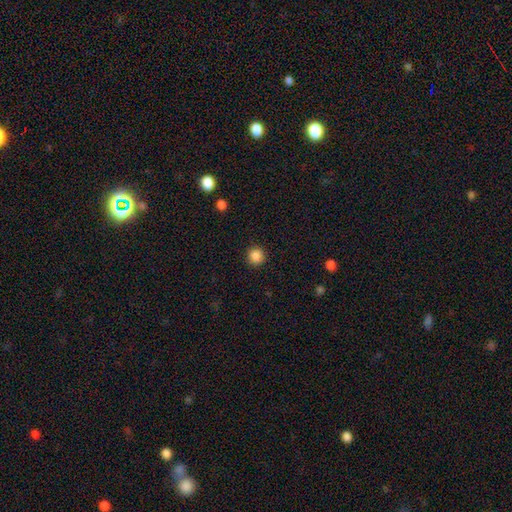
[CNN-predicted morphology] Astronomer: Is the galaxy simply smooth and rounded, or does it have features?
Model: smooth — 87%.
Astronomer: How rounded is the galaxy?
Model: round — 94%.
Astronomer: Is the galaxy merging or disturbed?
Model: none — 91%.